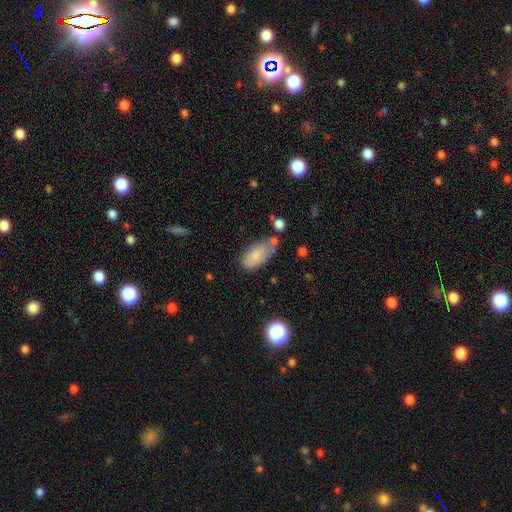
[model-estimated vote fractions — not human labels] smooth_or_featured: smooth (p=0.81) [alt: featured or disk p=0.11]
how_rounded: in between (p=0.92) [alt: cigar-shaped p=0.04]
merging: none (p=0.59) [alt: minor disturbance p=0.24]